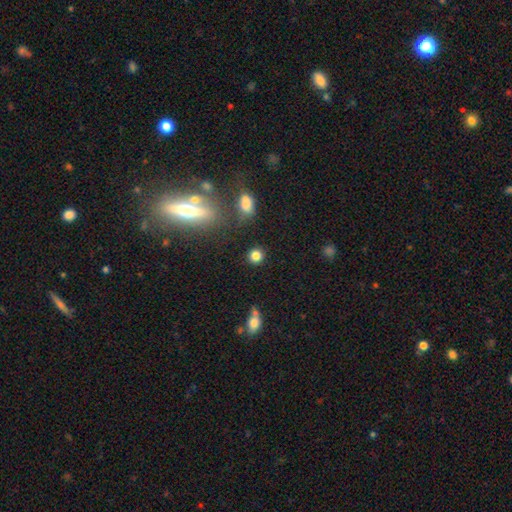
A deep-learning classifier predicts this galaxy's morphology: smooth-or-featured: smooth: 83% | star or artifact: 12% | featured or disk: 5%
  how-rounded: round: 88% | in between: 10% | cigar-shaped: 1%
  merging: none: 85% | minor disturbance: 8% | merger: 4% | major disturbance: 3%